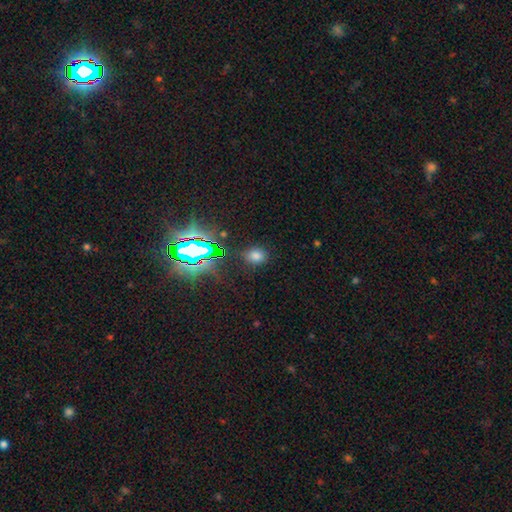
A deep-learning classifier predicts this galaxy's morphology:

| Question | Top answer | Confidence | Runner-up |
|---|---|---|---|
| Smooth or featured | smooth | 68% | star or artifact (25%) |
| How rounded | in between | 57% | round (41%) |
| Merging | none | 83% | minor disturbance (11%) |